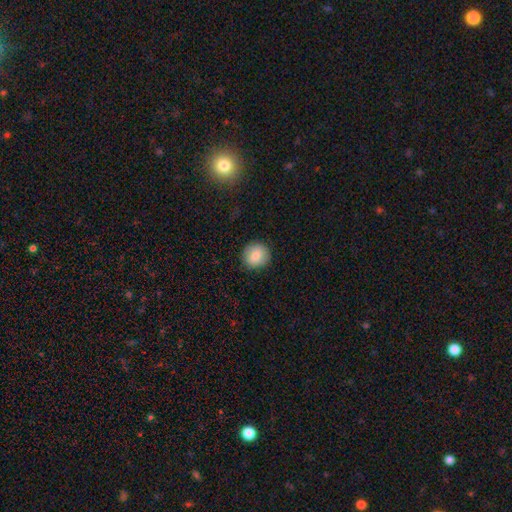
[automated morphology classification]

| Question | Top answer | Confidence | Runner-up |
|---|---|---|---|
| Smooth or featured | smooth | 86% | star or artifact (8%) |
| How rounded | round | 86% | in between (13%) |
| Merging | none | 89% | minor disturbance (8%) |